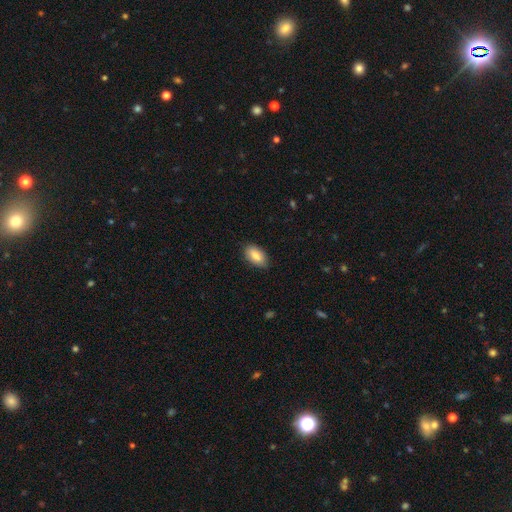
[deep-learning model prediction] Overall: smooth (86%). How rounded: in between (93%). Merging: none (83%).